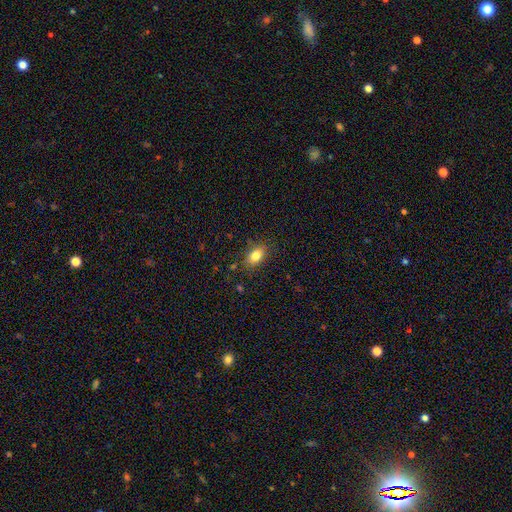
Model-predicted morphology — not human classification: smooth_or_featured: smooth (p=0.82) [alt: star or artifact p=0.10]
how_rounded: in between (p=0.83) [alt: round p=0.14]
merging: none (p=0.82) [alt: minor disturbance p=0.13]